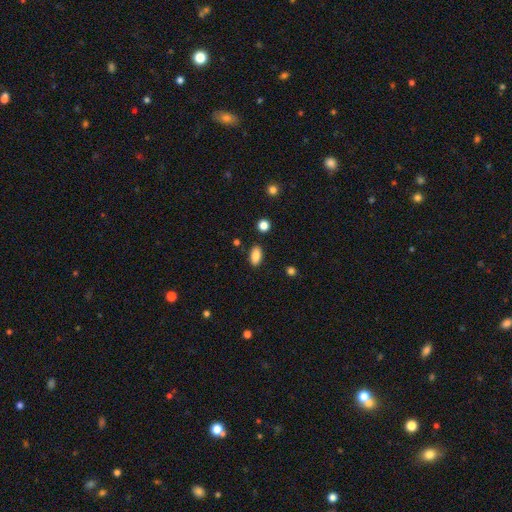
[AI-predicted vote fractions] Overall: smooth (87%). How rounded: in between (89%). Merging: none (87%).